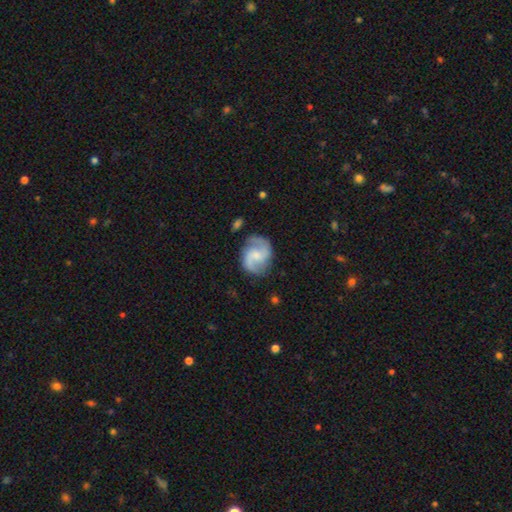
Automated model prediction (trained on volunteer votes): A featured or disk galaxy (83%) with no bar (48%), 2 (91%) medium (52%) spiral arms (96%) and a small central bulge (50%). Merging: none (76%).